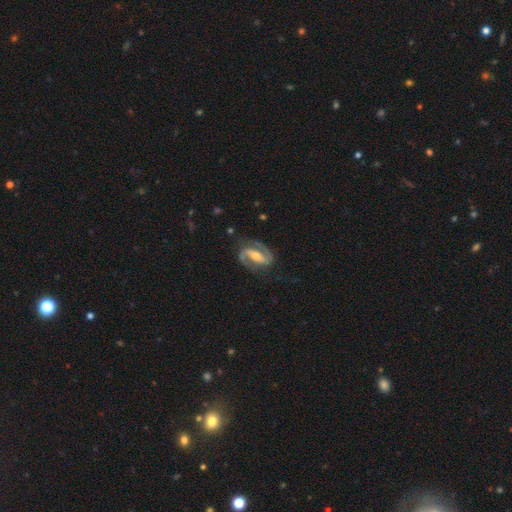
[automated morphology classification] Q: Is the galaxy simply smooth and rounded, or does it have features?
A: featured or disk — 91%.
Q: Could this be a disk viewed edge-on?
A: no — 97%.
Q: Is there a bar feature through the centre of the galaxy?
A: strong — 57%.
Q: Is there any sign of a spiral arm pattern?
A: yes — 98%.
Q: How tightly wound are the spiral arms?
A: medium — 57%.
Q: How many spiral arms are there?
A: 2 — 93%.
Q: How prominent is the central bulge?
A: moderate — 56%.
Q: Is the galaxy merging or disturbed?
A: none — 82%.